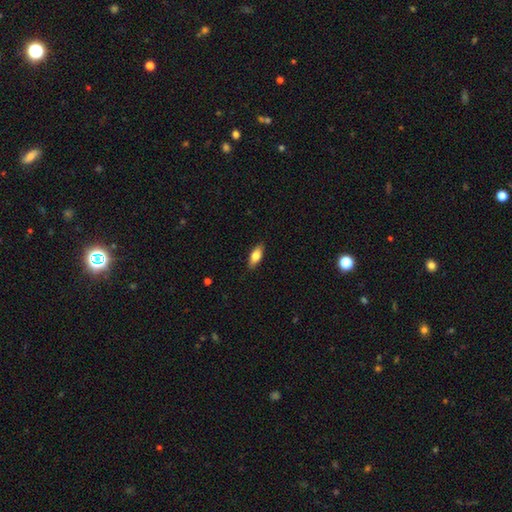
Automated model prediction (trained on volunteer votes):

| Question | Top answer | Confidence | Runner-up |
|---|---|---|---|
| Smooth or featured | smooth | 75% | featured or disk (18%) |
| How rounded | in between | 78% | cigar-shaped (19%) |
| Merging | none | 87% | minor disturbance (10%) |